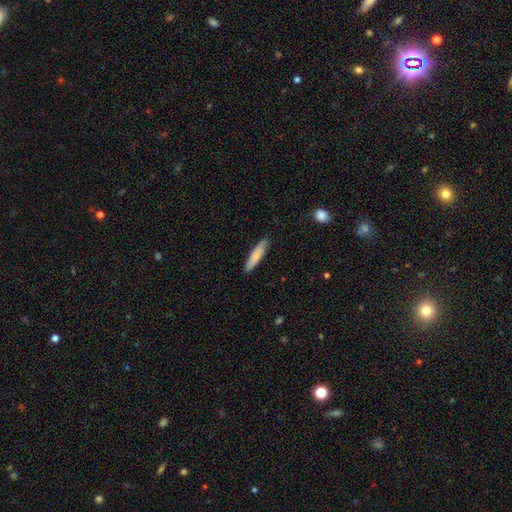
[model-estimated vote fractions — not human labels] Smooth or featured?
  - smooth: 80% *
  - featured or disk: 15%
  - star or artifact: 6%
How rounded?
  - cigar-shaped: 81% *
  - in between: 17%
  - round: 1%
Merging?
  - none: 85% *
  - minor disturbance: 12%
  - major disturbance: 2%
  - merger: 1%